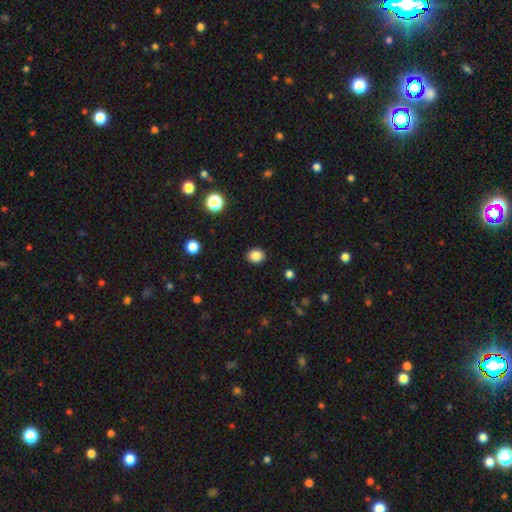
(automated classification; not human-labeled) The model was most divided on "how rounded": round: 64%, in between: 35%, cigar-shaped: 1%. More confident: merging — none (91%); smooth or featured — smooth (85%).